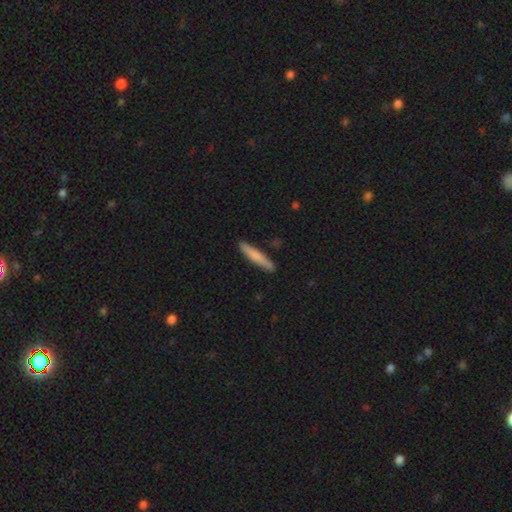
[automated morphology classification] Smooth or featured? smooth (73%)
How rounded? cigar-shaped (94%)
Merging? none (89%)